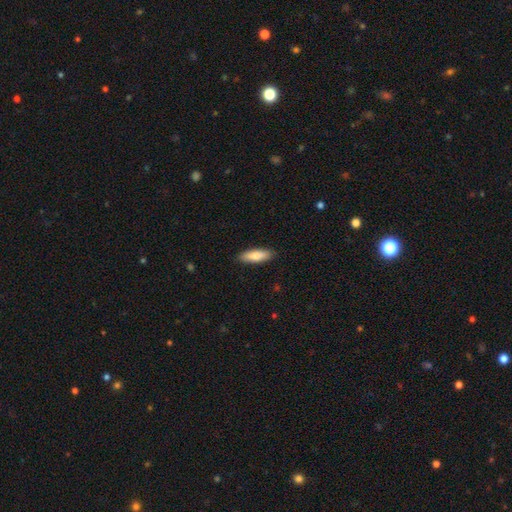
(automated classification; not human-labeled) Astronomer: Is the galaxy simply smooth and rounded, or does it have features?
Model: smooth — 76%.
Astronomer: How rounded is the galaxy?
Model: in between — 52% (runner-up: cigar-shaped, 47%).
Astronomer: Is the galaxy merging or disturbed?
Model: none — 89%.